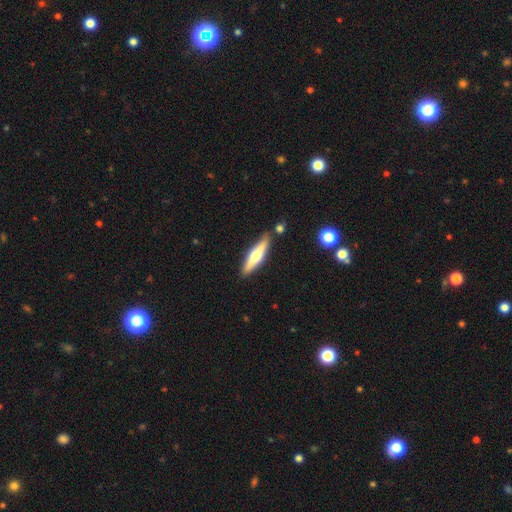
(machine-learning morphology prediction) Smooth or featured?
  - featured or disk: 53% *
  - smooth: 42%
  - star or artifact: 5%
Edge-on disk?
  - yes: 94% *
  - no: 6%
Merging?
  - none: 83% *
  - minor disturbance: 10%
  - merger: 5%
  - major disturbance: 2%